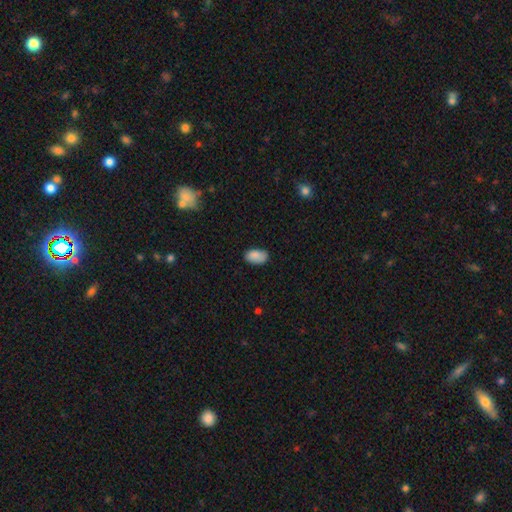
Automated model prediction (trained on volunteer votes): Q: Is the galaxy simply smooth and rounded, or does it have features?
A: smooth — 87%.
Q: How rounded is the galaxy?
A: in between — 94%.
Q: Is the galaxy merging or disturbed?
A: none — 78%.